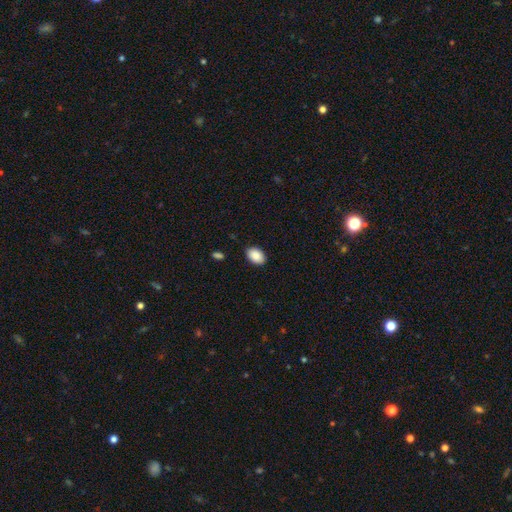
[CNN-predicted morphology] smooth_or_featured: smooth (p=0.89) [alt: star or artifact p=0.07]
how_rounded: in between (p=0.87) [alt: round p=0.12]
merging: none (p=0.89) [alt: minor disturbance p=0.08]